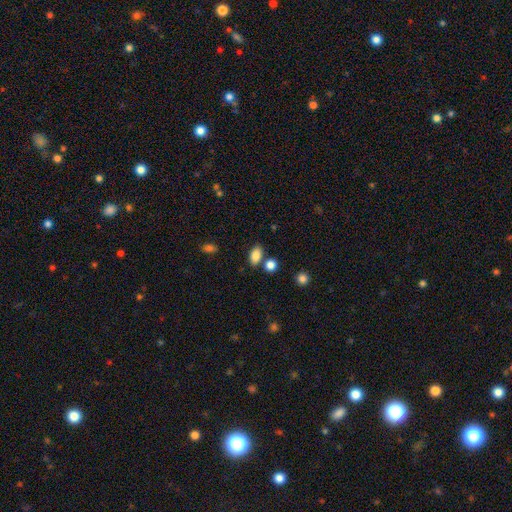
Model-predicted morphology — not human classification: Q: Smooth or featured?
A: smooth (85%); runner-up: star or artifact (9%)
Q: How rounded?
A: in between (88%); runner-up: round (10%)
Q: Merging?
A: none (72%); runner-up: merger (13%)